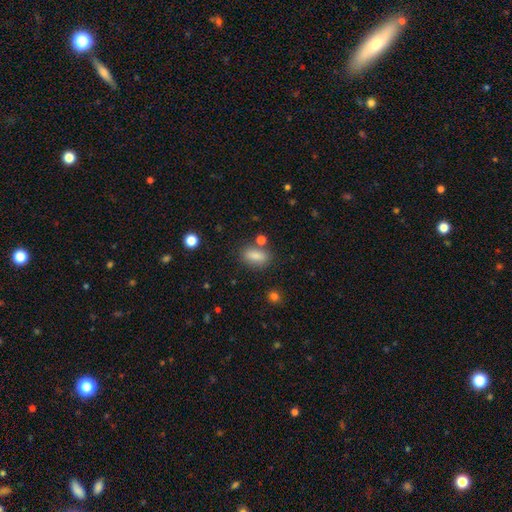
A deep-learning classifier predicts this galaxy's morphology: type=smooth (84%); roundness=in between (85%); merging=none (76%).